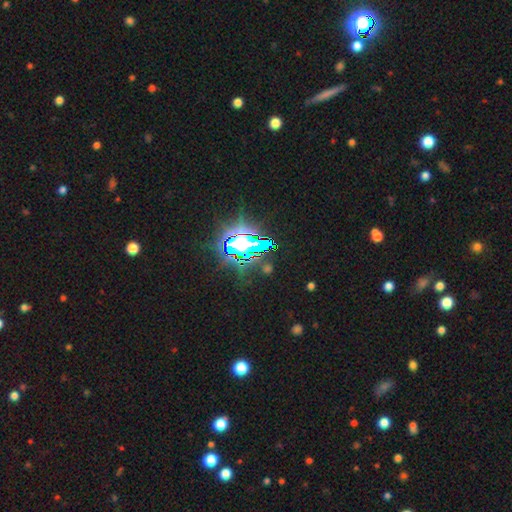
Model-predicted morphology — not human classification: Smooth or featured? Predicted: star or artifact (p=0.82).